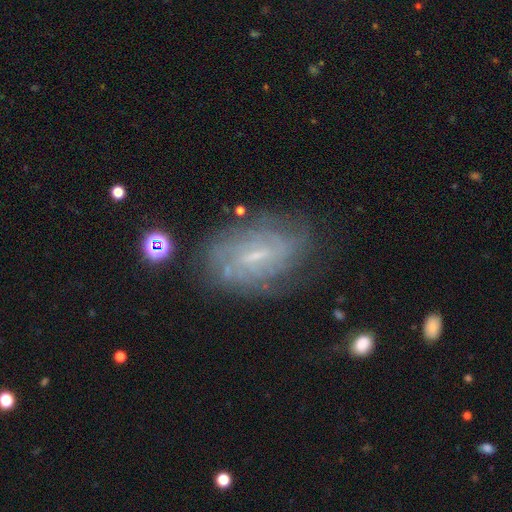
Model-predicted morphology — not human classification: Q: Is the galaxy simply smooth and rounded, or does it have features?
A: featured or disk — 75%.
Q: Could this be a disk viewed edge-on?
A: no — 95%.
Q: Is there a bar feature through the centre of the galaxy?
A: weak — 58%.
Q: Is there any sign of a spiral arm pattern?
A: yes — 85%.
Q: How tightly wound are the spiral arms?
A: tight — 59%.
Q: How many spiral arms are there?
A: can't tell — 56%.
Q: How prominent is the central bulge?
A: small — 64%.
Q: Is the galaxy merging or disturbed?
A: none — 71%.